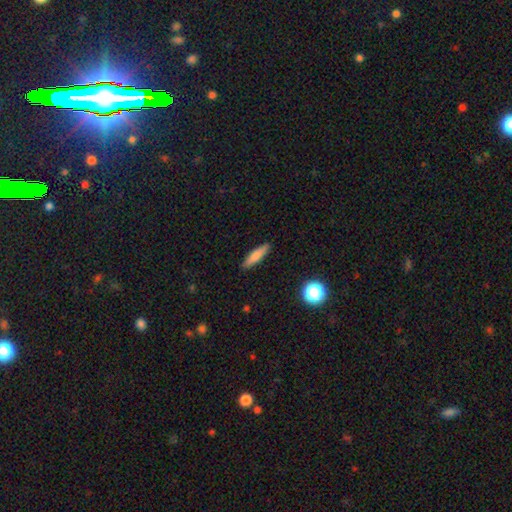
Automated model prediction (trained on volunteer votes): A smooth galaxy with no disk features (78%) that is cigar-shaped (76%).

Vote fractions:
- Smooth or featured? smooth: 78% / featured or disk: 15% / star or artifact: 7%
- How rounded? cigar-shaped: 76% / in between: 22% / round: 2%
- Merging? none: 89% / minor disturbance: 8% / major disturbance: 2% / merger: 1%